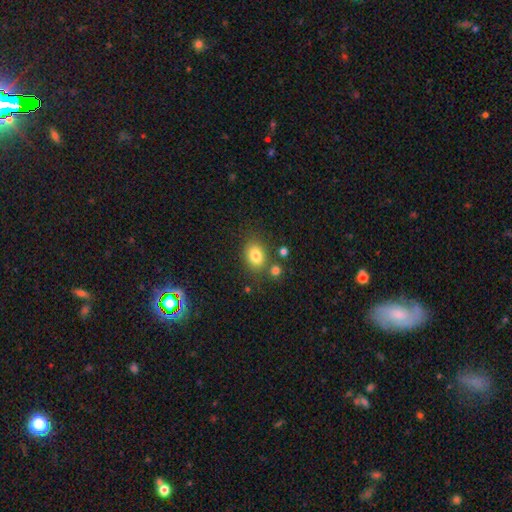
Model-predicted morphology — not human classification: A smooth galaxy with no disk features (81%) that is in between round and cigar-shaped (65%).

Vote fractions:
- Smooth or featured? smooth: 81% / star or artifact: 11% / featured or disk: 9%
- How rounded? in between: 65% / round: 34% / cigar-shaped: 1%
- Merging? none: 73% / minor disturbance: 13% / merger: 10% / major disturbance: 4%